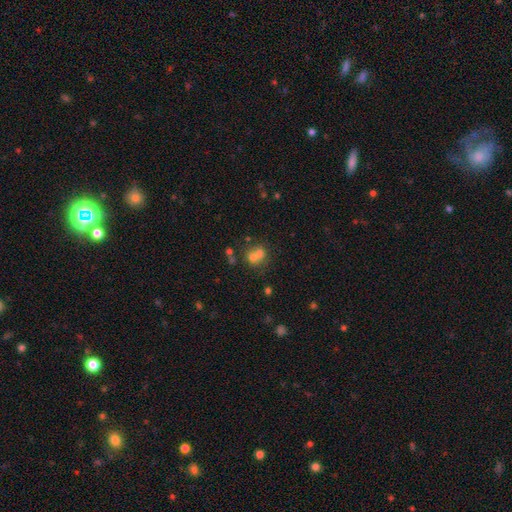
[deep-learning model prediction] A smooth galaxy with no disk features (62%) that is round (77%). Merging: merger (58%).